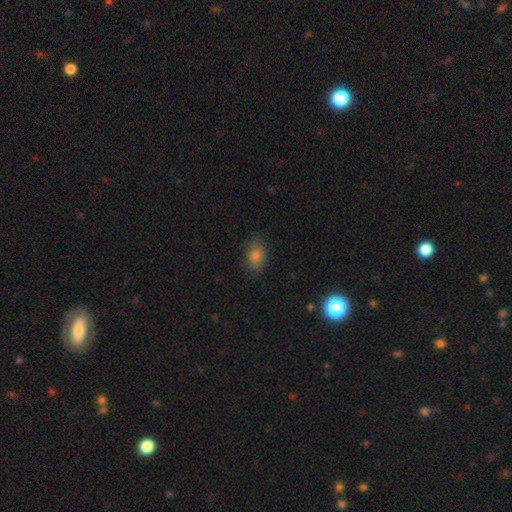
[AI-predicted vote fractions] The model was most divided on "how rounded": in between: 75%, round: 23%, cigar-shaped: 2%. More confident: merging — none (82%); smooth or featured — smooth (77%).